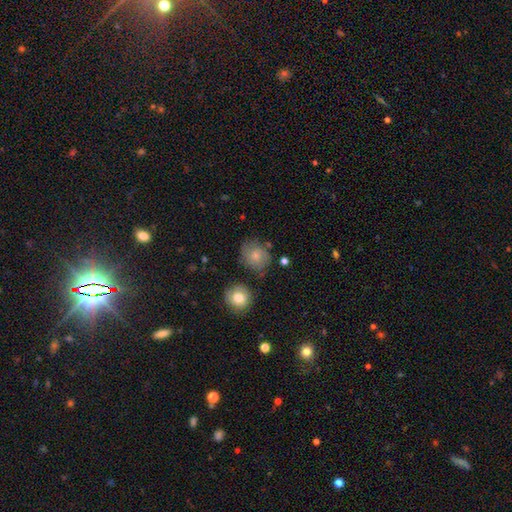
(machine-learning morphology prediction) smooth-or-featured: smooth: 69% | featured or disk: 22% | star or artifact: 10%
  how-rounded: round: 74% | in between: 26% | cigar-shaped: 1%
  merging: none: 66% | minor disturbance: 22% | major disturbance: 7% | merger: 5%